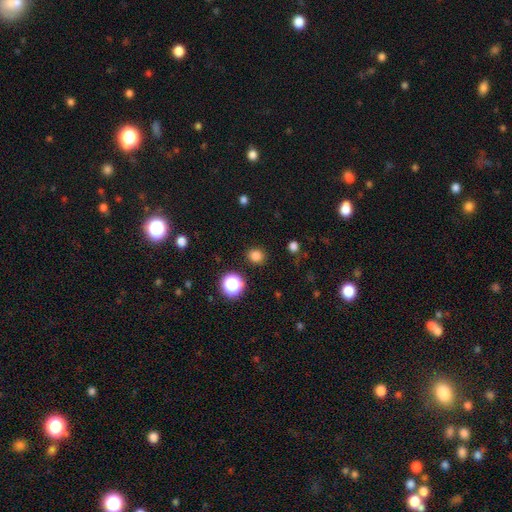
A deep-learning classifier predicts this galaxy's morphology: Overall: smooth (80%). How rounded: round (77%). Merging: none (89%).